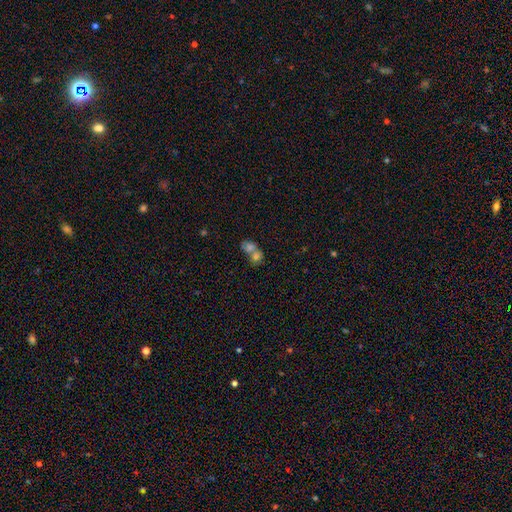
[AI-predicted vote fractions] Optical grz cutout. It shows a smooth galaxy with no disk features (65%) that is round (51%). Merging: merger (69%).